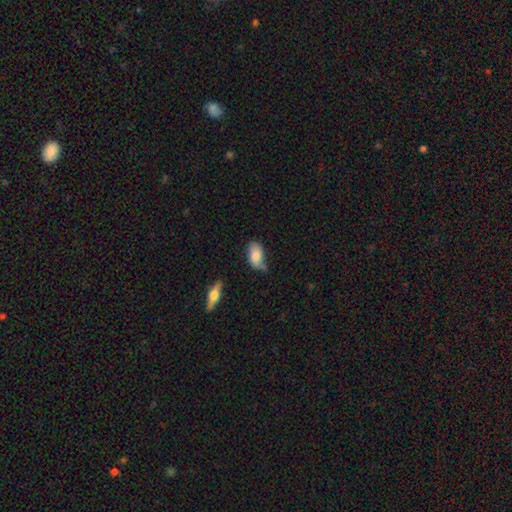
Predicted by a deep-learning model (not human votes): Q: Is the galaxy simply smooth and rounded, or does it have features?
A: smooth — 75%.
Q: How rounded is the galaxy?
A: in between — 91%.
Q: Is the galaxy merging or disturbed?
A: none — 43%.